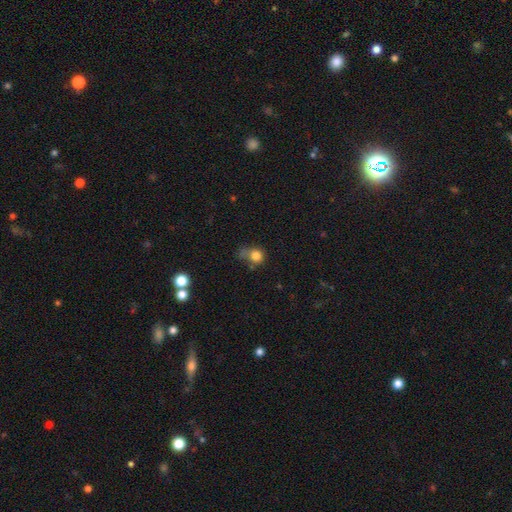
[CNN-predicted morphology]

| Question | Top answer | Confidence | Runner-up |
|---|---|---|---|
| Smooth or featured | smooth | 79% | star or artifact (12%) |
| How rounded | round | 76% | in between (22%) |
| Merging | none | 40% | minor disturbance (27%) |